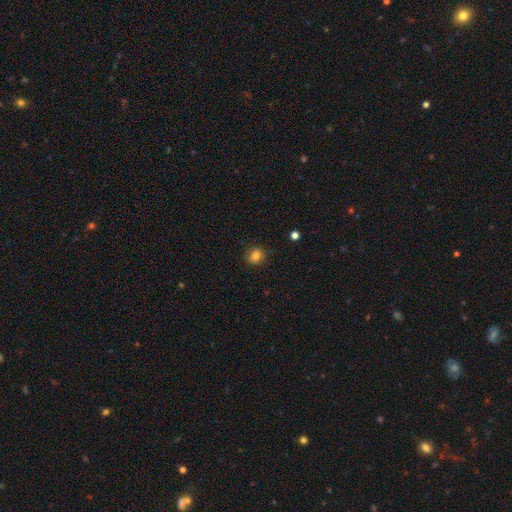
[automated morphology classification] smooth 82%, star or artifact 12%, featured or disk 6%. Down the decision tree: how rounded — round (71%); merging — none (86%).